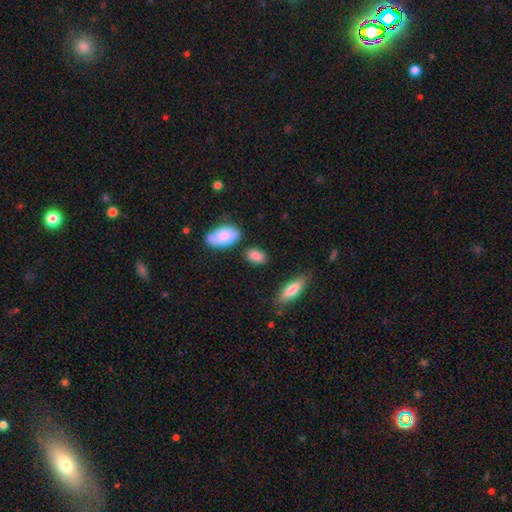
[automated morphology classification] Smooth or featured: smooth — 86% (star or artifact — 7%)
How rounded: in between — 87% (round — 9%)
Merging: none — 77% (minor disturbance — 14%)